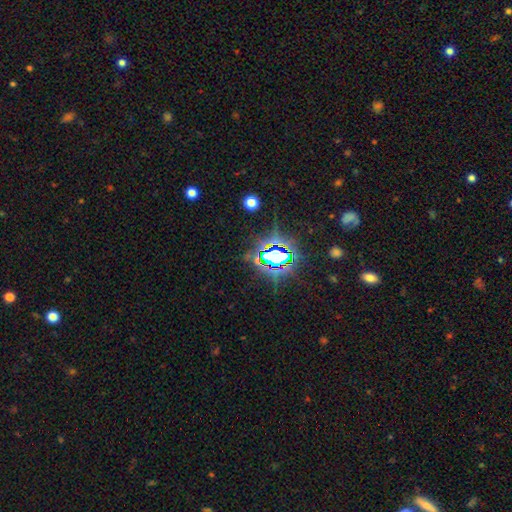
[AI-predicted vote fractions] This is clearly a star or artifact rather than a galaxy (82%).